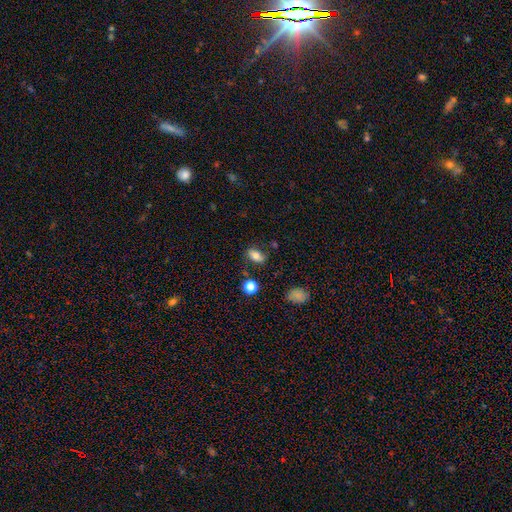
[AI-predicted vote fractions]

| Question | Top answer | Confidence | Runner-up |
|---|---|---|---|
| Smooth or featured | smooth | 77% | featured or disk (12%) |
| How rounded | in between | 84% | round (12%) |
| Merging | none | 77% | minor disturbance (16%) |